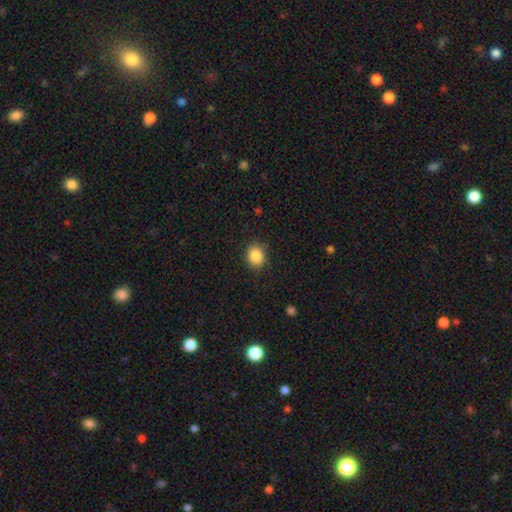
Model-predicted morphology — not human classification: The model was most divided on "how rounded": round: 67%, in between: 32%, cigar-shaped: 1%. More confident: smooth or featured — smooth (87%); merging — none (85%).